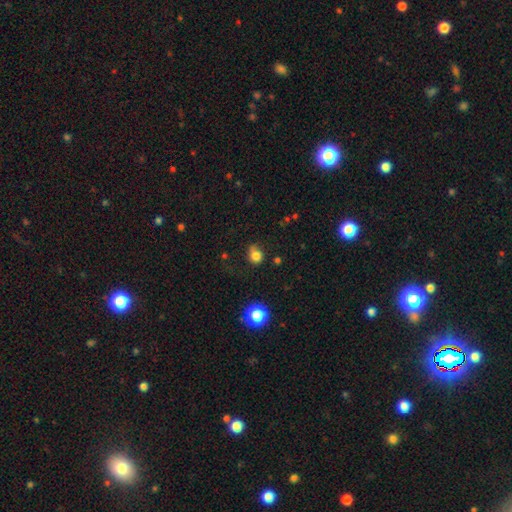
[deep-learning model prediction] A smooth galaxy with no disk features (80%) that is round (70%).

Vote fractions:
- Smooth or featured? smooth: 80% / star or artifact: 13% / featured or disk: 7%
- How rounded? round: 70% / in between: 29% / cigar-shaped: 1%
- Merging? none: 55% / minor disturbance: 30% / major disturbance: 10% / merger: 5%